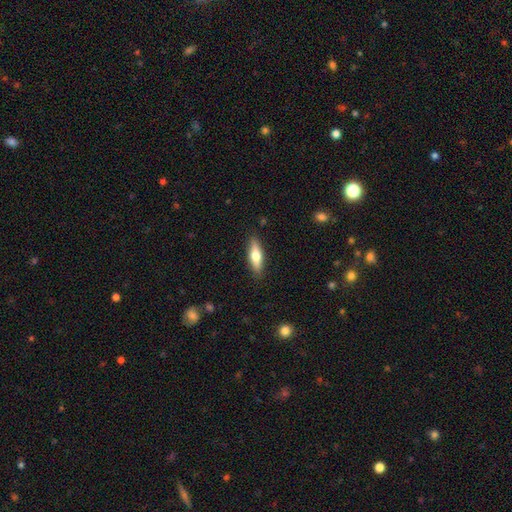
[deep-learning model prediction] A smooth galaxy with no disk features (57%) that is cigar-shaped (54%). Merging: none (88%).